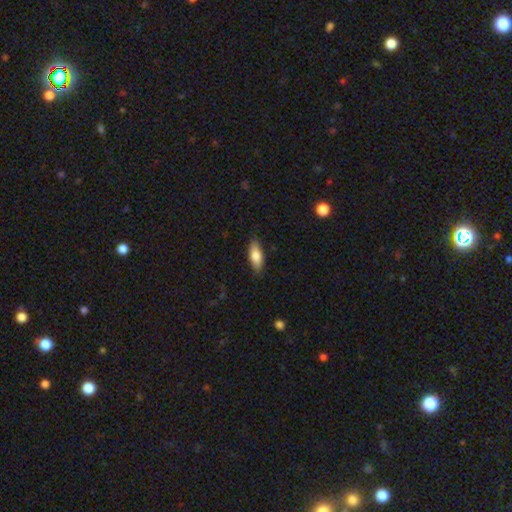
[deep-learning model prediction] Smooth or featured?
  - smooth: 76% *
  - featured or disk: 18%
  - star or artifact: 6%
How rounded?
  - in between: 68% *
  - cigar-shaped: 29%
  - round: 2%
Merging?
  - none: 85% *
  - minor disturbance: 12%
  - major disturbance: 2%
  - merger: 1%